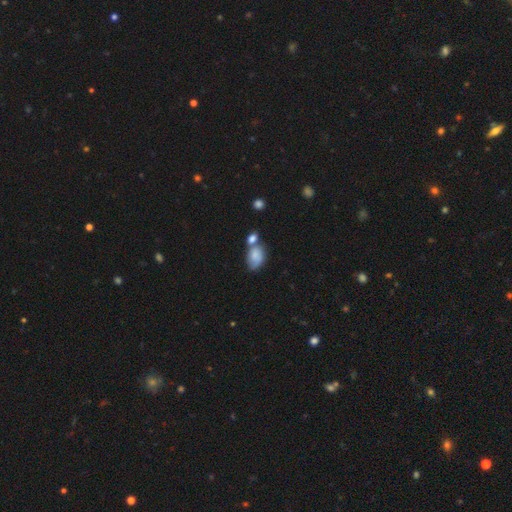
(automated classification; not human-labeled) Morphology: type=smooth (72%); roundness=in between (84%); merging=merger (42%).